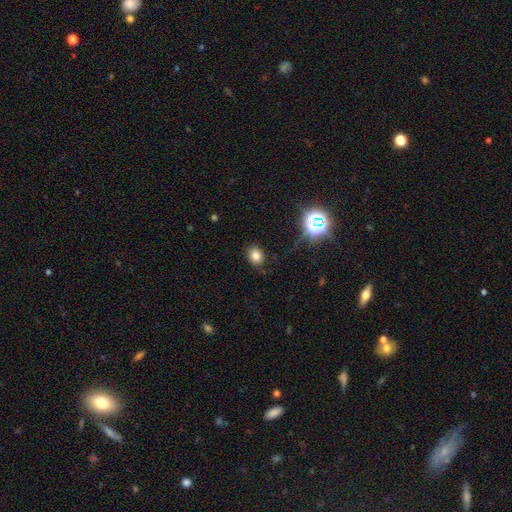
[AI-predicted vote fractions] smooth-or-featured: smooth: 77% | star or artifact: 16% | featured or disk: 7%
  how-rounded: round: 53% | in between: 46% | cigar-shaped: 1%
  merging: none: 84% | minor disturbance: 12% | major disturbance: 3% | merger: 1%